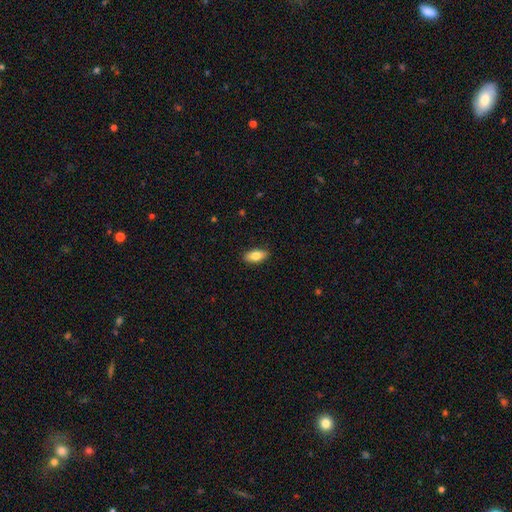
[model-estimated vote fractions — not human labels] Q: Smooth or featured?
A: smooth (79%); runner-up: featured or disk (14%)
Q: How rounded?
A: in between (86%); runner-up: cigar-shaped (11%)
Q: Merging?
A: none (89%); runner-up: minor disturbance (9%)